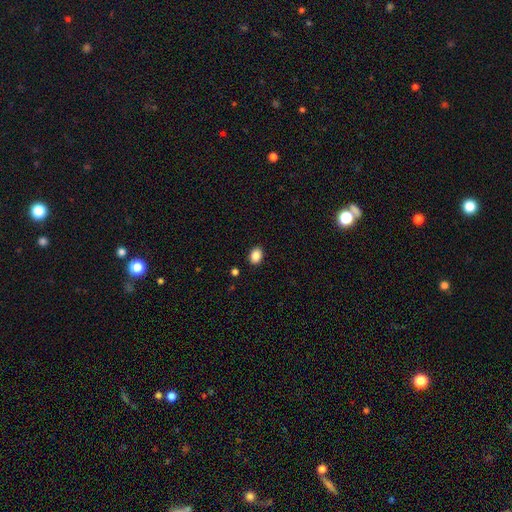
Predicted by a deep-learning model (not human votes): smooth 88%, star or artifact 9%, featured or disk 3%. Down the decision tree: how rounded — in between (71%); merging — none (89%).